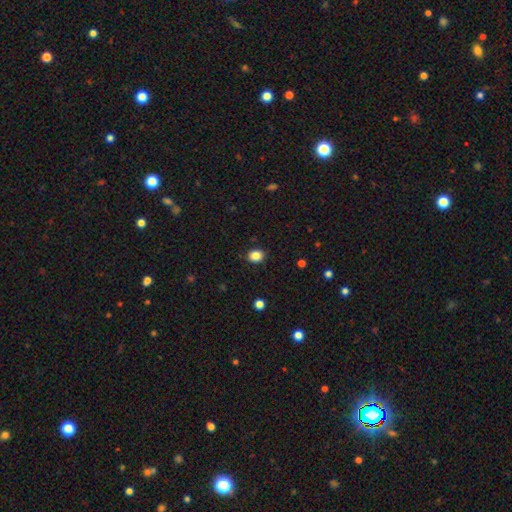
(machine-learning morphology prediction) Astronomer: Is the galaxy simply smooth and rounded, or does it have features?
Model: smooth — 86%.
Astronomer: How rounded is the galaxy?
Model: round — 55% (runner-up: in between, 44%).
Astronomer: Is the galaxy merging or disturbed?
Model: none — 89%.